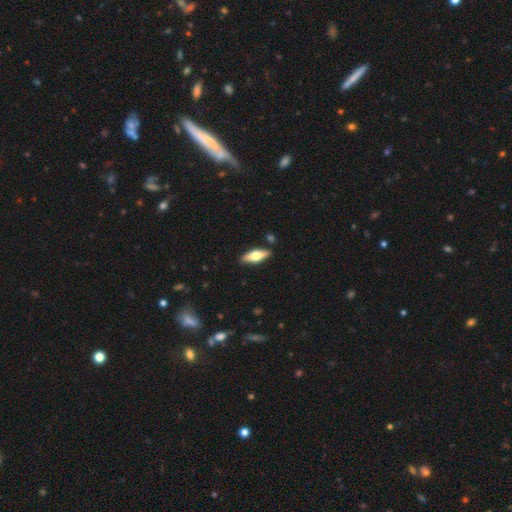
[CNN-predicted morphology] The model was most divided on "smooth or featured": smooth: 50%, featured or disk: 44%, star or artifact: 6%. More confident: merging — none (87%).